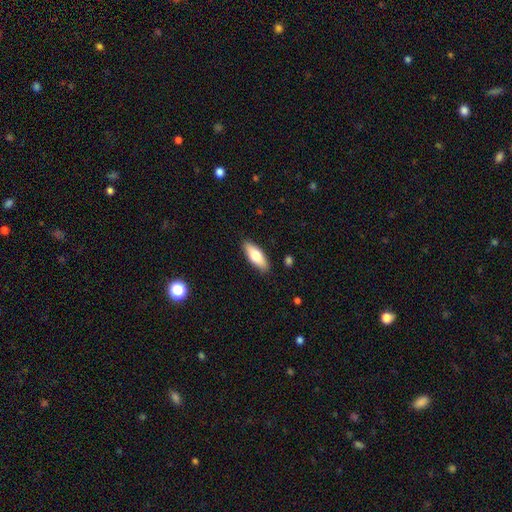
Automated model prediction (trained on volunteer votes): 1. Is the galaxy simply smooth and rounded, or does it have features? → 73% smooth, 21% featured or disk, 6% star or artifact.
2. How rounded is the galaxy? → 68% in between, 30% cigar-shaped, 2% round.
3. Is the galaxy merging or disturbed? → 88% none, 9% minor disturbance, 2% major disturbance, 1% merger.